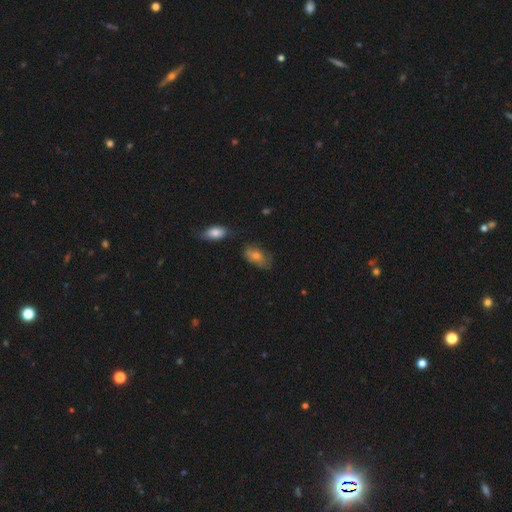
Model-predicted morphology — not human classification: Smooth or featured? Predicted: smooth (p=0.66). How rounded? Predicted: in between (p=0.88). Merging? Predicted: none (p=0.62).